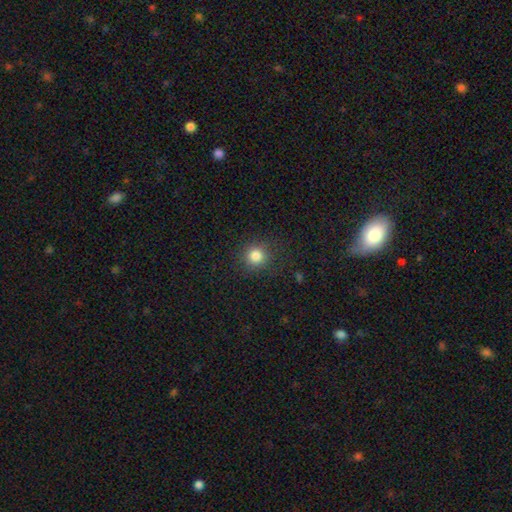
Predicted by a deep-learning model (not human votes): Smooth or featured? smooth (83%)
How rounded? round (92%)
Merging? none (87%)